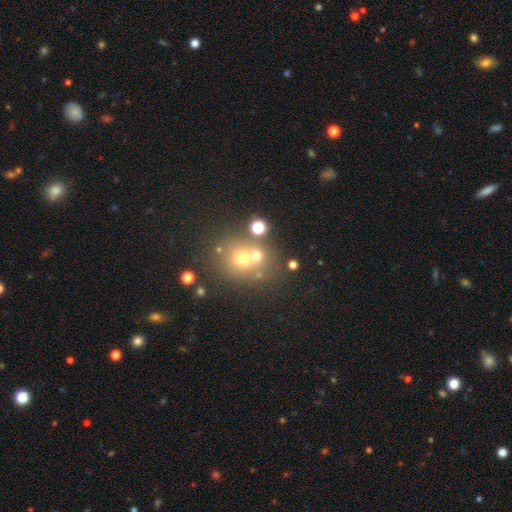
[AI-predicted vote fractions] The model was most divided on "merging": none: 51%, merger: 36%, minor disturbance: 8%, major disturbance: 5%. More confident: how rounded — round (81%); smooth or featured — smooth (61%).